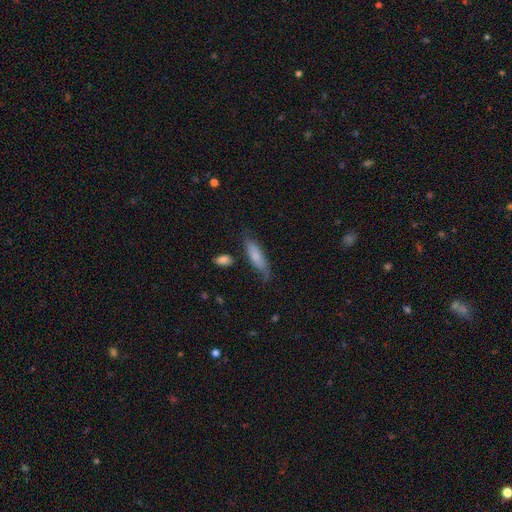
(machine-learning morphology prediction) smooth 68%, featured or disk 26%, star or artifact 7%. Down the decision tree: how rounded — in between (51%); merging — none (59%).